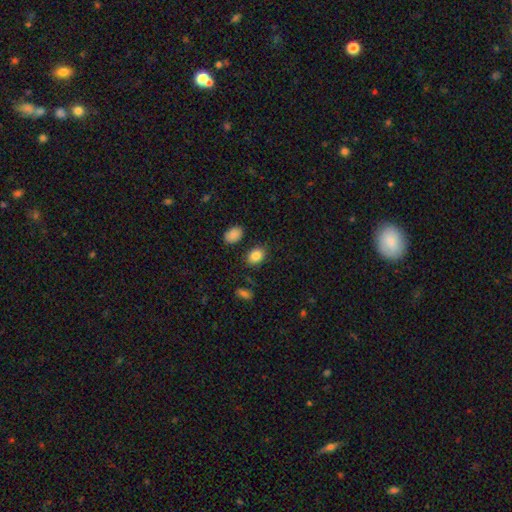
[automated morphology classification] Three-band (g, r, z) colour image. It shows a smooth galaxy with no disk features (85%) that is in between round and cigar-shaped (72%). Merging: none (84%).